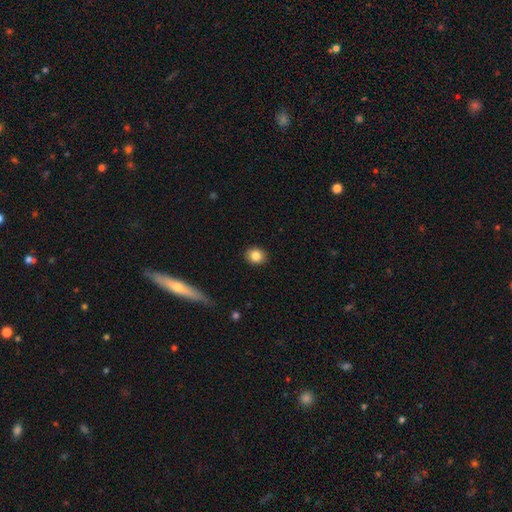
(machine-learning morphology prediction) Q: Smooth or featured?
A: smooth (84%); runner-up: star or artifact (9%)
Q: How rounded?
A: round (67%); runner-up: in between (32%)
Q: Merging?
A: none (90%); runner-up: minor disturbance (7%)